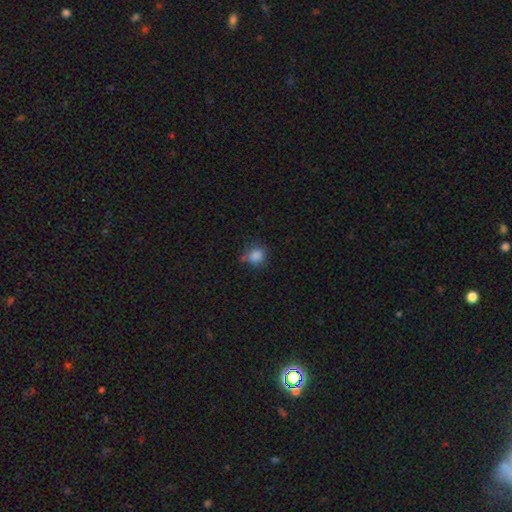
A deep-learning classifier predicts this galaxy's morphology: The model was most divided on "merging": none: 62%, minor disturbance: 27%, major disturbance: 7%, merger: 5%. More confident: smooth or featured — smooth (85%); how rounded — round (67%).